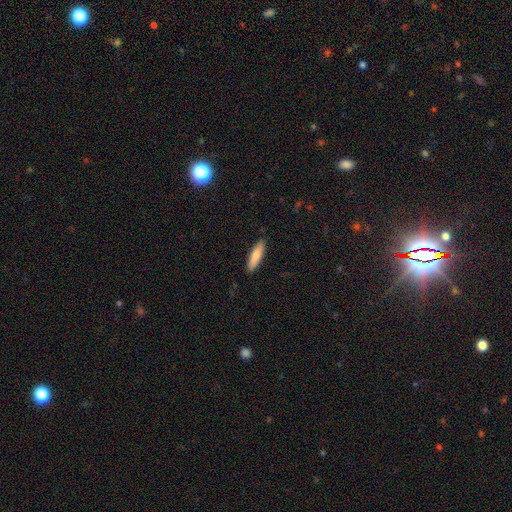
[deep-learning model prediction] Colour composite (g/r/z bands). It shows a smooth galaxy with no disk features (80%) that is cigar-shaped (69%). Merging: none (89%).